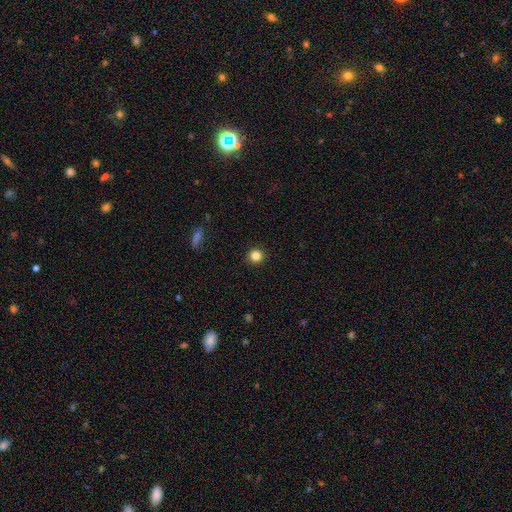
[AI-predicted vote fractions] smooth 84%, star or artifact 12%, featured or disk 4%. Down the decision tree: how rounded — round (95%); merging — none (92%).